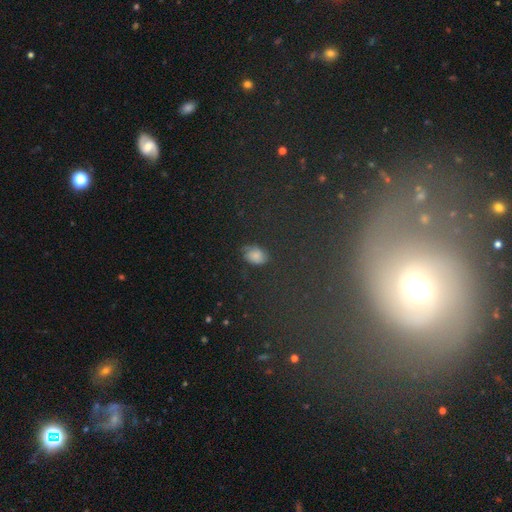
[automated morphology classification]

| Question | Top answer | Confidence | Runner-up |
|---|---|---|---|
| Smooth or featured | smooth | 66% | star or artifact (20%) |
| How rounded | in between | 78% | round (20%) |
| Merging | none | 68% | minor disturbance (22%) |